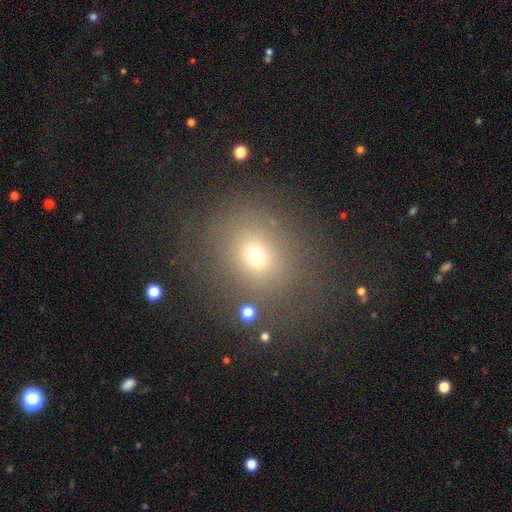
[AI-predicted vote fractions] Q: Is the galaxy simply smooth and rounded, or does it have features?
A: smooth — 66%.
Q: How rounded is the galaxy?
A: round — 70%.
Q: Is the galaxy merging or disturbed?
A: none — 76%.